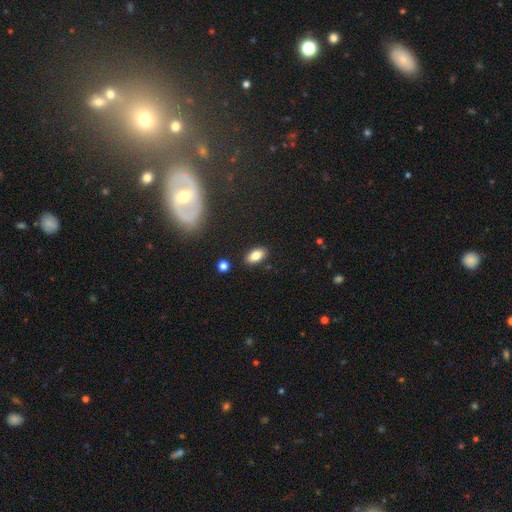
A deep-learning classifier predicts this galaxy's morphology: Overall: smooth (82%). How rounded: in between (91%). Merging: none (87%).